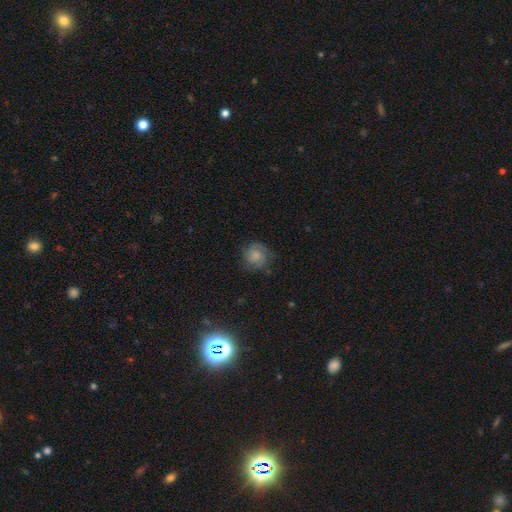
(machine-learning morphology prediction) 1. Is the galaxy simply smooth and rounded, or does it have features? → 55% featured or disk, 36% smooth, 9% star or artifact.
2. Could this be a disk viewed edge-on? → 98% no, 2% yes.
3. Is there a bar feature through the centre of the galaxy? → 71% no, 25% weak, 4% strong.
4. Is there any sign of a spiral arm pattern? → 92% yes, 8% no.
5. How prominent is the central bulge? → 34% none, 30% small, 24% moderate, 11% large, 2% dominant.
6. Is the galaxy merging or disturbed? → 73% none, 18% minor disturbance, 8% major disturbance, 1% merger.